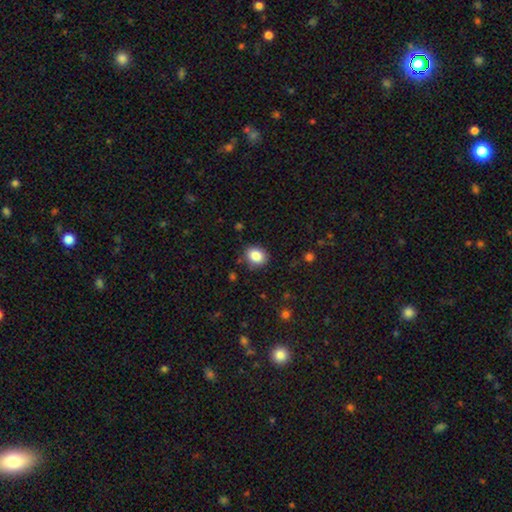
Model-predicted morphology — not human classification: Overall: smooth (86%). How rounded: round (53%; in between 46%). Merging: none (86%).